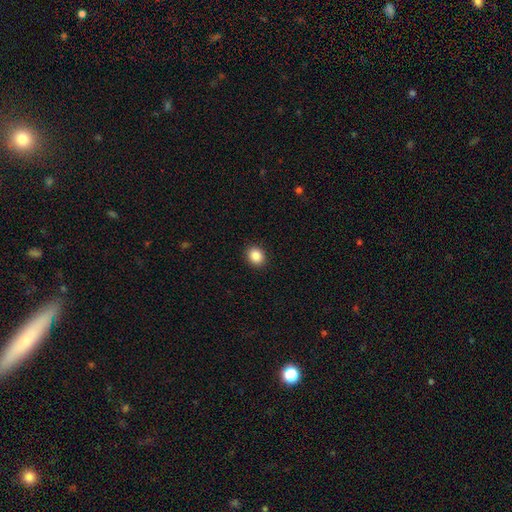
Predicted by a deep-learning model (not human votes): Smooth or featured?
  - smooth: 88% *
  - star or artifact: 9%
  - featured or disk: 4%
How rounded?
  - round: 66% *
  - in between: 33%
  - cigar-shaped: 1%
Merging?
  - none: 92% *
  - minor disturbance: 6%
  - major disturbance: 2%
  - merger: 1%